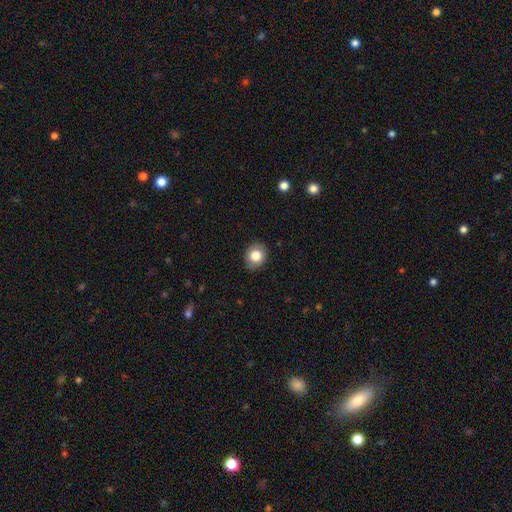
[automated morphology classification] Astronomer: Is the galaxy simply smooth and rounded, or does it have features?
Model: smooth — 81%.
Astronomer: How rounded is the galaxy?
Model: round — 57% (runner-up: in between, 42%).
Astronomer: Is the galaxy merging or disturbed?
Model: none — 87%.